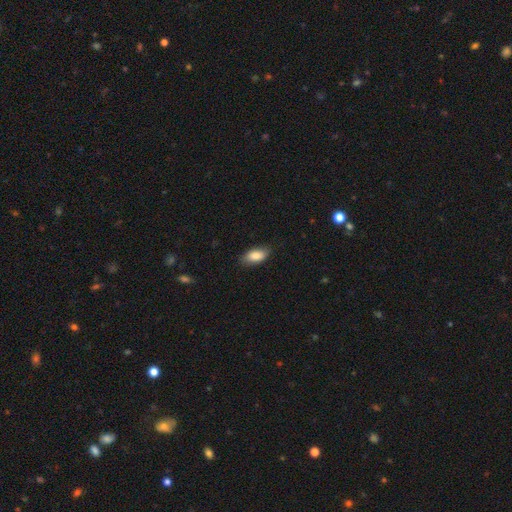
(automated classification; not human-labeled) A smooth galaxy with no disk features (85%) that is in between round and cigar-shaped (91%).

Vote fractions:
- Smooth or featured? smooth: 85% / featured or disk: 8% / star or artifact: 7%
- How rounded? in between: 91% / cigar-shaped: 5% / round: 4%
- Merging? none: 82% / minor disturbance: 14% / major disturbance: 3% / merger: 1%